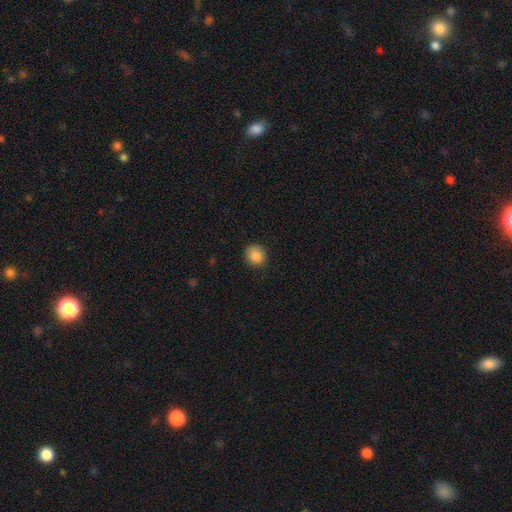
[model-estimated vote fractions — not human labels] A smooth galaxy with no disk features (86%) that is round (84%). Merging: none (88%).